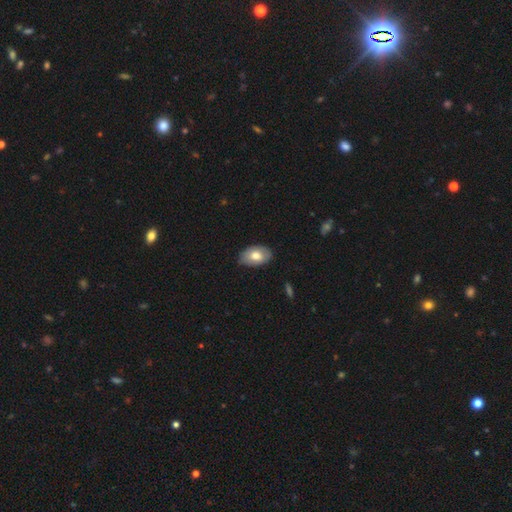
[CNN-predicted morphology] Smooth or featured: smooth — 74% (featured or disk — 19%)
How rounded: in between — 92% (round — 7%)
Merging: none — 81% (minor disturbance — 15%)